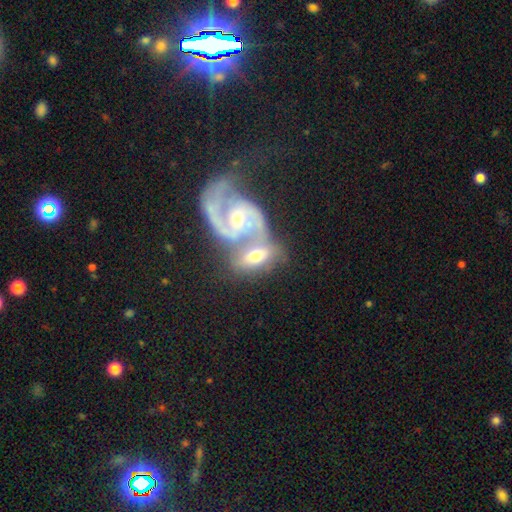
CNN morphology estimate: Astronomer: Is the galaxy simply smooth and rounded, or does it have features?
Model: featured or disk — 67%.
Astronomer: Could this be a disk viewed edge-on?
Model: no — 94%.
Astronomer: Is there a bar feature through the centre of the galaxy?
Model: no — 43% (runner-up: weak, 39%).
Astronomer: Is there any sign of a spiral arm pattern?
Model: yes — 87%.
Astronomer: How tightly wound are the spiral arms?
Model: medium — 49% (runner-up: loose, 28%).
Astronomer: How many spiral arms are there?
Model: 2 — 84%.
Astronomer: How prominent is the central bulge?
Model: moderate — 55% (runner-up: small, 35%).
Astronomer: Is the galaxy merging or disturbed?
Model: merger — 65%.